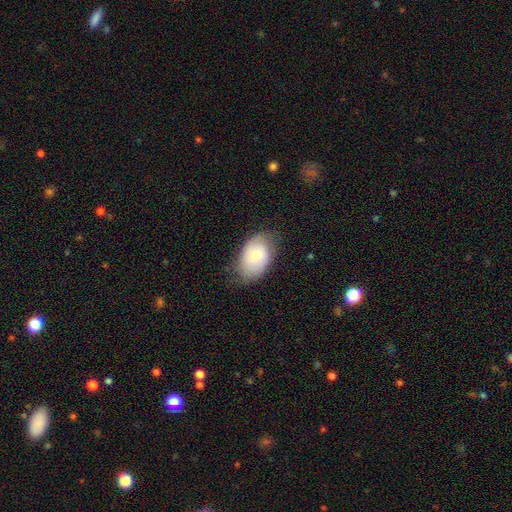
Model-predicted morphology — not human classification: The model was most divided on "merging": none: 65%, minor disturbance: 26%, major disturbance: 8%, merger: 1%. More confident: how rounded — in between (89%); smooth or featured — smooth (68%).